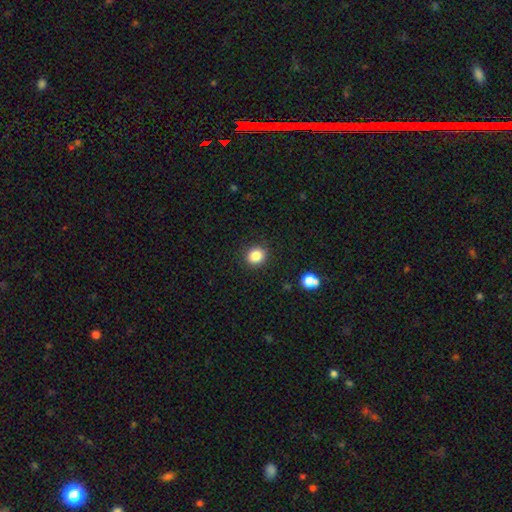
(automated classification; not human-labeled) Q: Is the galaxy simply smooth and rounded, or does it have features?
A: smooth — 85%.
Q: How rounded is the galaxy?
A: round — 82%.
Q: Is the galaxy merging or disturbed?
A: none — 90%.